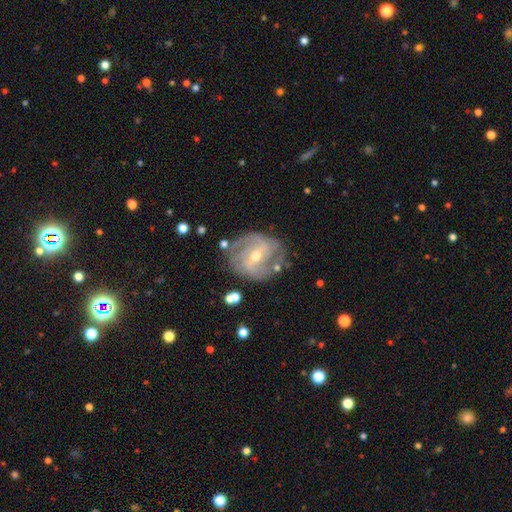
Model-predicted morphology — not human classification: This is clearly a featured or disk galaxy (85%). It is clearly not viewed edge-on (97%). Bar: possibly weak (49%). Spiral arm pattern: clearly yes (93%). Spiral arm count: marginally 2 (42%). Spiral winding: possibly tight (47%). Central bulge: possibly moderate (50%). Merging: likely none (72%).